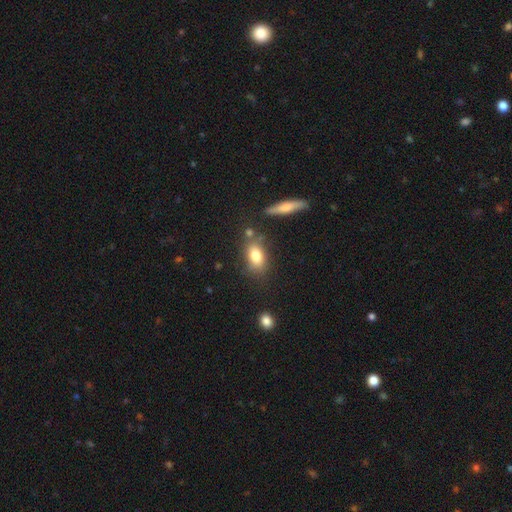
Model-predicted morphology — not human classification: Smooth or featured? Predicted: smooth (p=0.79). How rounded? Predicted: in between (p=0.82). Merging? Predicted: none (p=0.71).